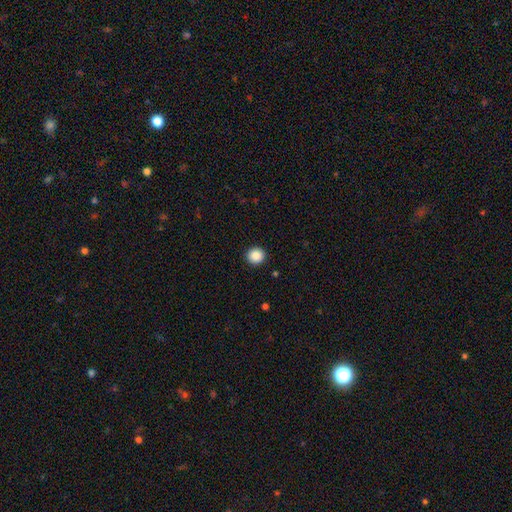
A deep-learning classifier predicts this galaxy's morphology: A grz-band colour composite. It shows a smooth galaxy with no disk features (88%) that is round (93%). Merging: none (93%).